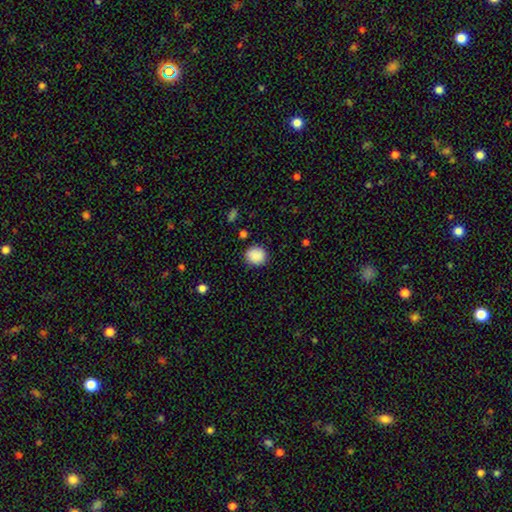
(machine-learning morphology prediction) Smooth or featured?
  - smooth: 89% *
  - star or artifact: 8%
  - featured or disk: 3%
How rounded?
  - round: 81% *
  - in between: 18%
  - cigar-shaped: 1%
Merging?
  - none: 86% *
  - minor disturbance: 9%
  - major disturbance: 3%
  - merger: 2%